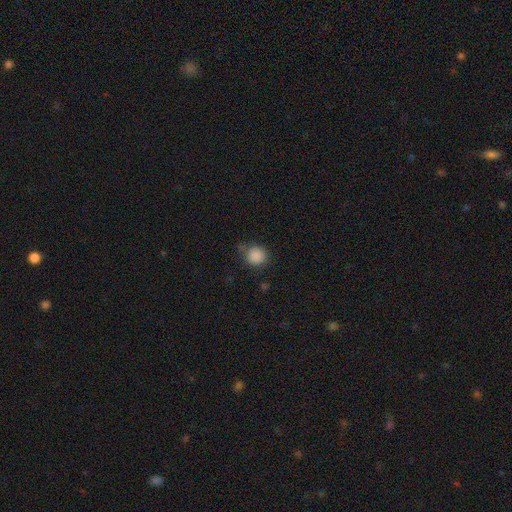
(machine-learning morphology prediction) Smooth or featured? Predicted: smooth (p=0.87). How rounded? Predicted: round (p=0.86). Merging? Predicted: none (p=0.76).